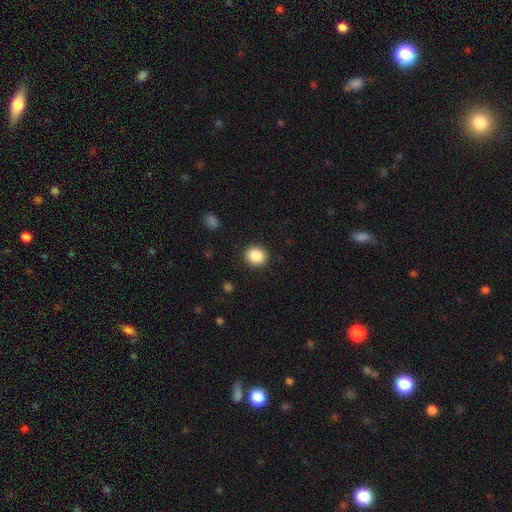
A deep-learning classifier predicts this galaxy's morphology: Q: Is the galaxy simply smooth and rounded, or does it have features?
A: smooth — 87%.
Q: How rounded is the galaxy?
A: round — 75%.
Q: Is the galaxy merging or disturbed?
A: none — 90%.